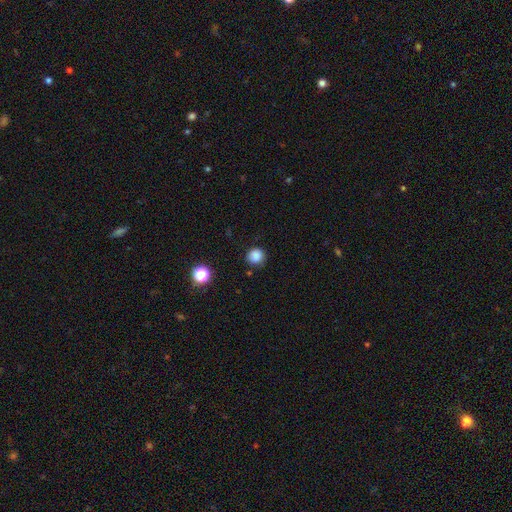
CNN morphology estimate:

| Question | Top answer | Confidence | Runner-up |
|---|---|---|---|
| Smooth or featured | smooth | 84% | star or artifact (12%) |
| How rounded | round | 90% | in between (9%) |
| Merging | none | 81% | minor disturbance (13%) |